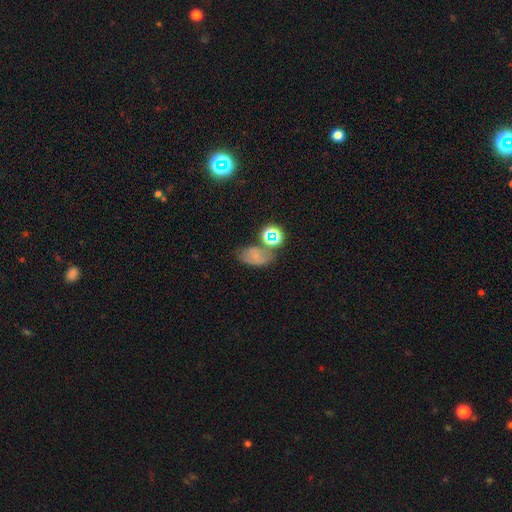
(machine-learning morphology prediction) Smooth or featured? Predicted: smooth (p=0.59). How rounded? Predicted: in between (p=0.81). Merging? Predicted: none (p=0.51).